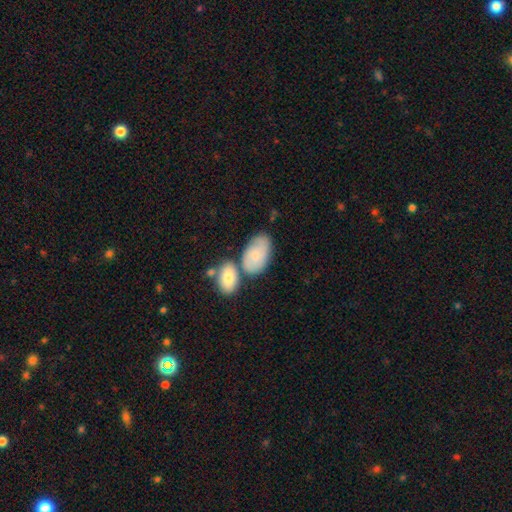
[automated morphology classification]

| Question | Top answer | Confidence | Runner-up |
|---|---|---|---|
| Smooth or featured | smooth | 72% | featured or disk (22%) |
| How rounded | in between | 92% | round (6%) |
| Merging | none | 50% | merger (26%) |